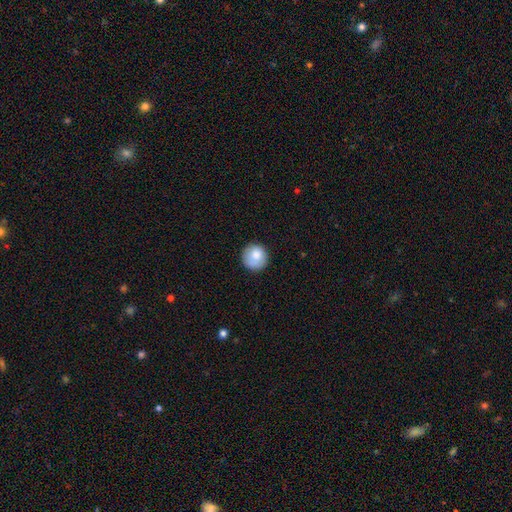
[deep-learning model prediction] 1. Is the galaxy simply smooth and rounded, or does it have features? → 83% smooth, 9% featured or disk, 8% star or artifact.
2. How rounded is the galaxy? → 93% round, 6% in between, 1% cigar-shaped.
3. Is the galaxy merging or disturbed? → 80% none, 15% minor disturbance, 4% major disturbance, 1% merger.